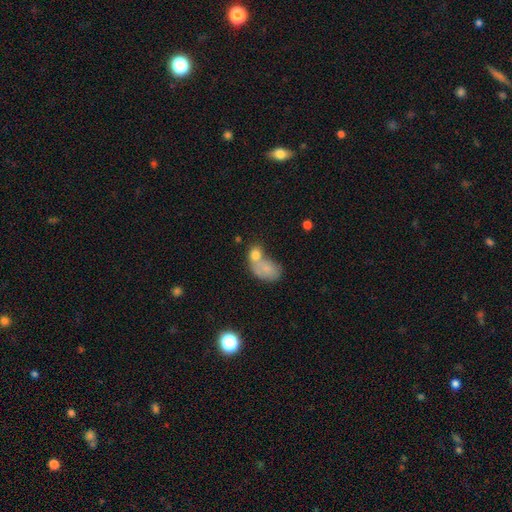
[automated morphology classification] smooth 57%, featured or disk 22%, star or artifact 21%. Down the decision tree: how rounded — in between (61%); merging — merger (43%).